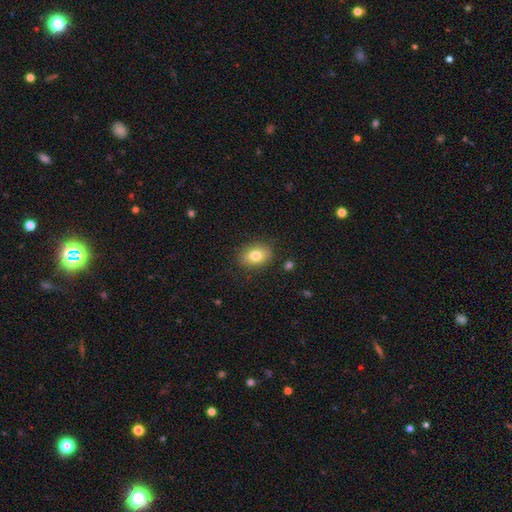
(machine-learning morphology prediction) Smooth or featured? smooth (79%)
How rounded? in between (74%)
Merging? none (84%)